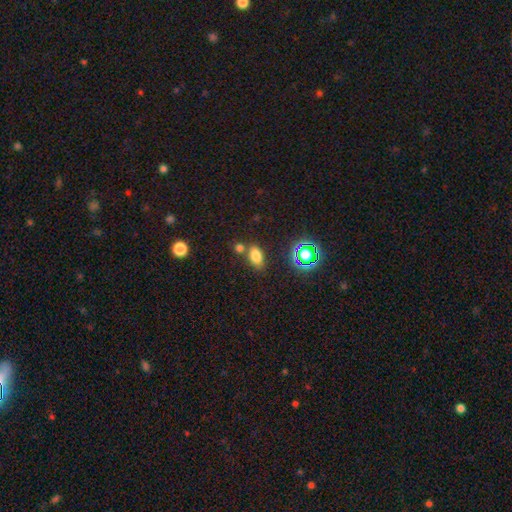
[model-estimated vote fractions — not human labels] Morphology: type=smooth (75%); roundness=in between (83%); merging=none (67%).